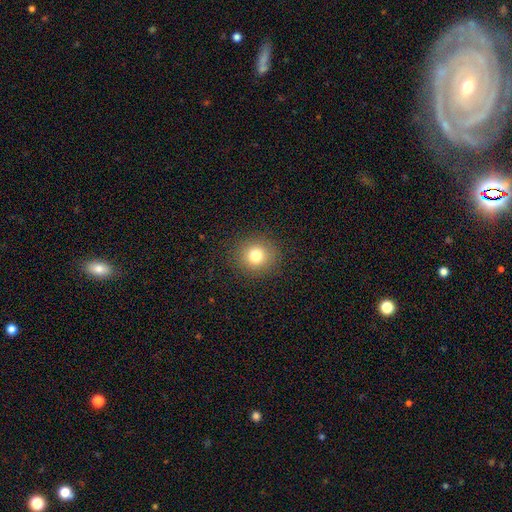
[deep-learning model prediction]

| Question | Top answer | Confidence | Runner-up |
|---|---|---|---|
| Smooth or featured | smooth | 78% | star or artifact (13%) |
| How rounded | round | 91% | in between (8%) |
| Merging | none | 90% | minor disturbance (6%) |